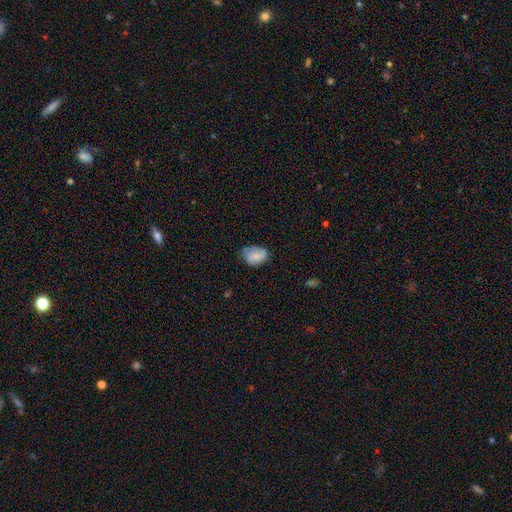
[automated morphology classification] Smooth or featured? Predicted: smooth (p=0.53). How rounded? Predicted: in between (p=0.71). Merging? Predicted: none (p=0.59).